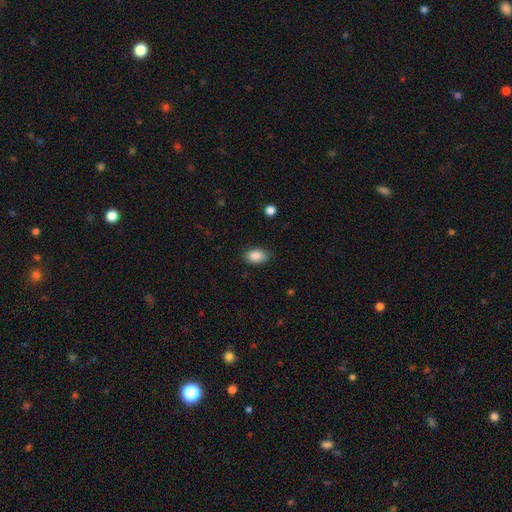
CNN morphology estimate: Smooth or featured? smooth (88%)
How rounded? in between (90%)
Merging? none (82%)